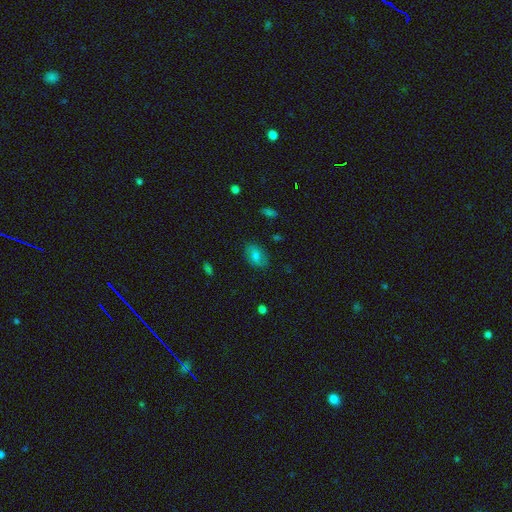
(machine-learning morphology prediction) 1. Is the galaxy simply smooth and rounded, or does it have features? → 68% smooth, 22% featured or disk, 9% star or artifact.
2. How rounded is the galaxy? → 81% in between, 17% round, 2% cigar-shaped.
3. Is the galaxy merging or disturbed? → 83% none, 13% minor disturbance, 3% major disturbance, 1% merger.